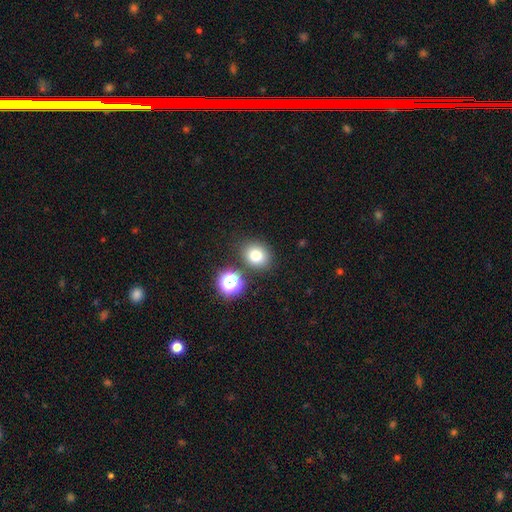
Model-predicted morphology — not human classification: Smooth or featured: smooth — 77% (star or artifact — 15%)
How rounded: round — 65% (in between — 34%)
Merging: none — 80% (minor disturbance — 9%)